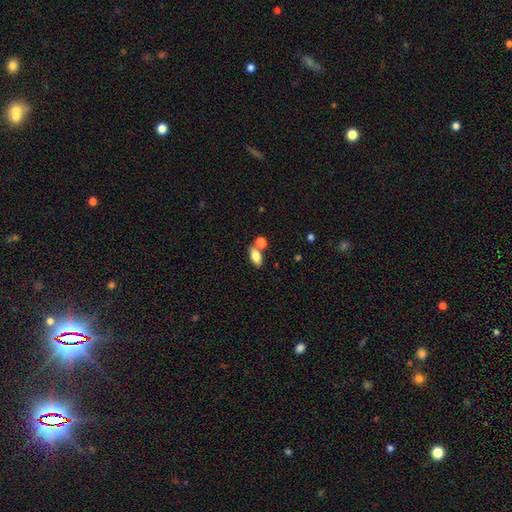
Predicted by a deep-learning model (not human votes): Morphology: type=smooth (80%); roundness=in between (84%); merging=none (60%).